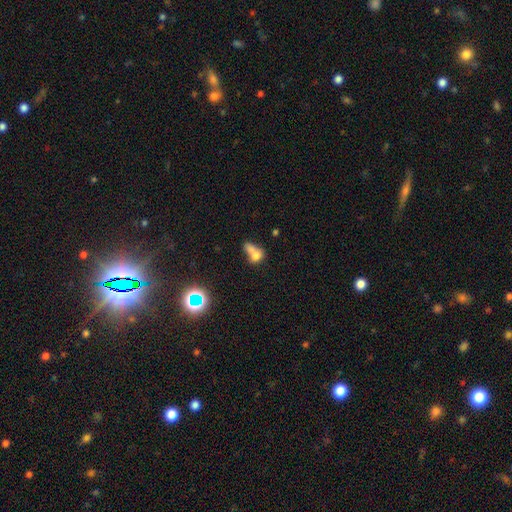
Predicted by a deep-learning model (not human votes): smooth 68%, featured or disk 18%, star or artifact 13%. Down the decision tree: how rounded — in between (61%); merging — merger (66%).